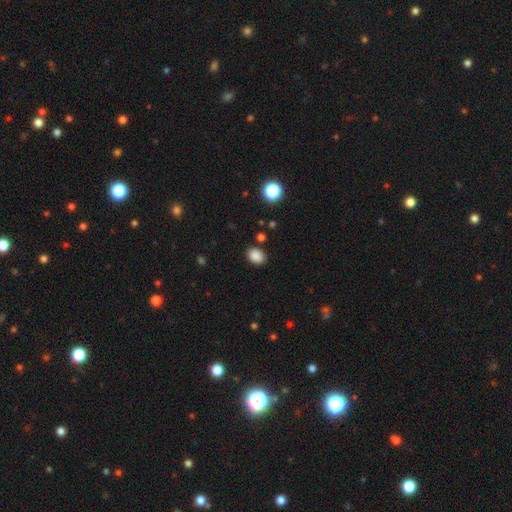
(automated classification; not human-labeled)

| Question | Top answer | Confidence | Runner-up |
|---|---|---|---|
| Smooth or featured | smooth | 86% | star or artifact (10%) |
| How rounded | in between | 64% | round (35%) |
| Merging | none | 85% | minor disturbance (10%) |